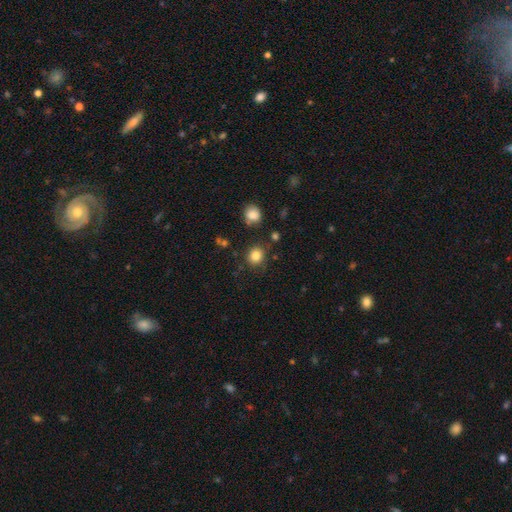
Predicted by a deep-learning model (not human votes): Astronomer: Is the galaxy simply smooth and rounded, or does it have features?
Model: smooth — 83%.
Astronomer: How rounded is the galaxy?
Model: round — 81%.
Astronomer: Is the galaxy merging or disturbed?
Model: none — 81%.